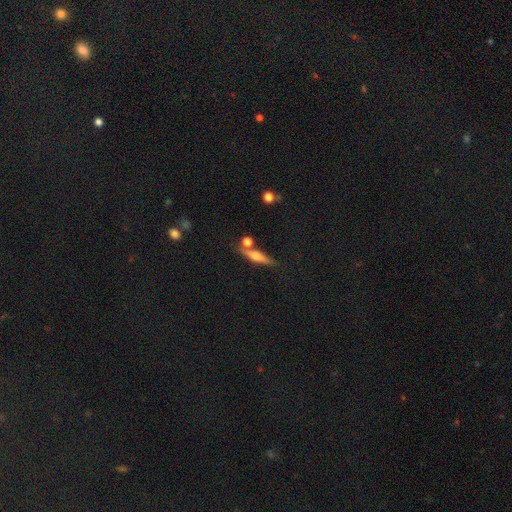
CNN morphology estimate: Q: Smooth or featured?
A: featured or disk (50%); runner-up: smooth (40%)
Q: Edge-on disk?
A: yes (93%); runner-up: no (7%)
Q: Merging?
A: none (73%); runner-up: merger (12%)